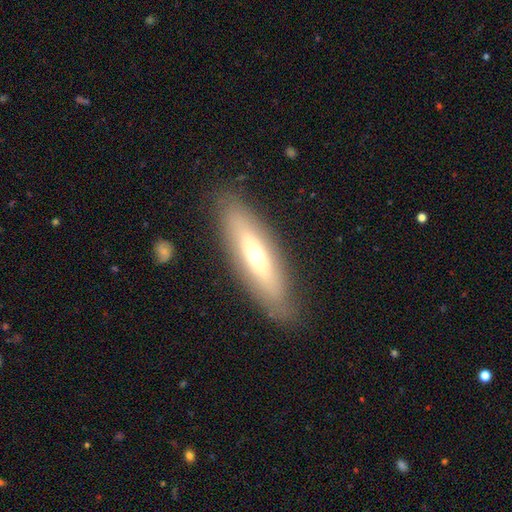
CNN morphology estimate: A featured or disk galaxy (51%) viewed edge-on (53%). Merging: none (84%).